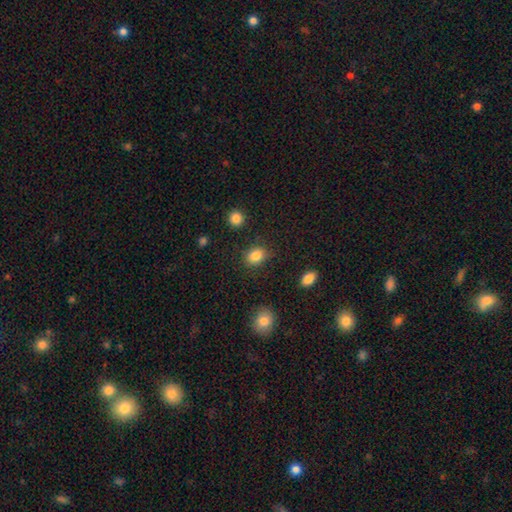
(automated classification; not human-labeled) This is clearly a smooth galaxy (85%). How rounded: possibly in between (56%). Merging: clearly none (81%).